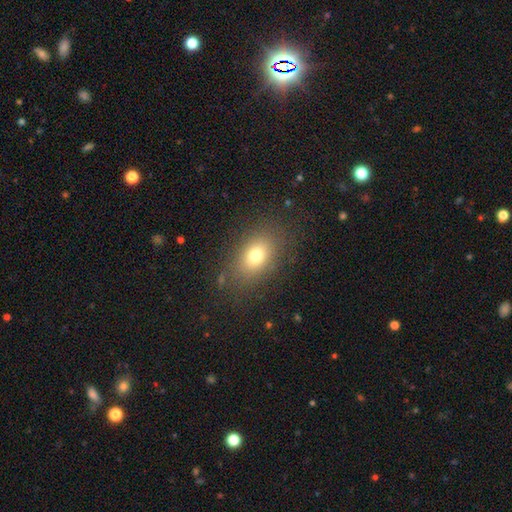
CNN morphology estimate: Smooth or featured: smooth — 74% (featured or disk — 14%)
How rounded: in between — 77% (round — 22%)
Merging: none — 81% (minor disturbance — 12%)